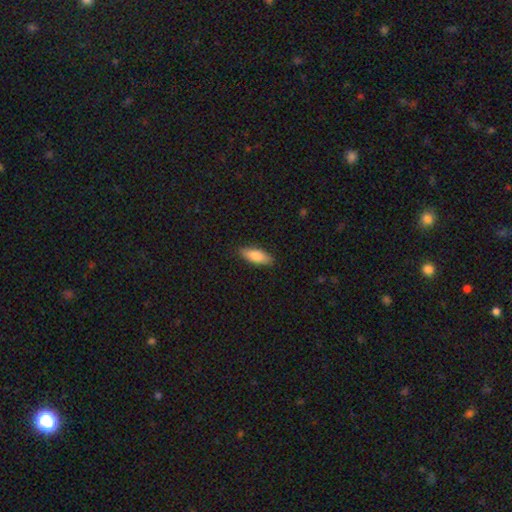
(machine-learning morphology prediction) smooth_or_featured: smooth (p=0.82) [alt: featured or disk p=0.12]
how_rounded: in between (p=0.71) [alt: cigar-shaped p=0.27]
merging: none (p=0.88) [alt: minor disturbance p=0.09]